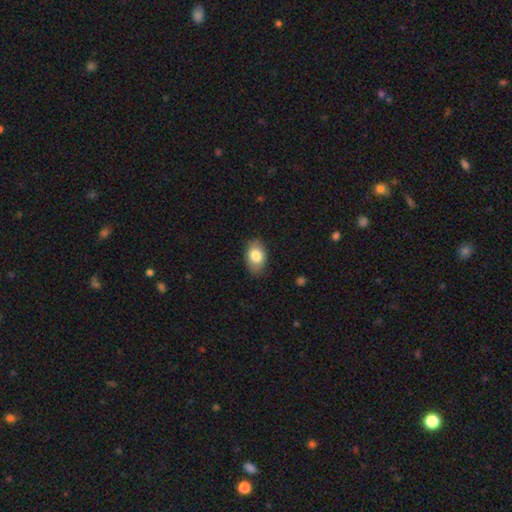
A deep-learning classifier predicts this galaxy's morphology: smooth_or_featured: smooth (p=0.81) [alt: featured or disk p=0.12]
how_rounded: in between (p=0.89) [alt: round p=0.10]
merging: none (p=0.85) [alt: minor disturbance p=0.12]